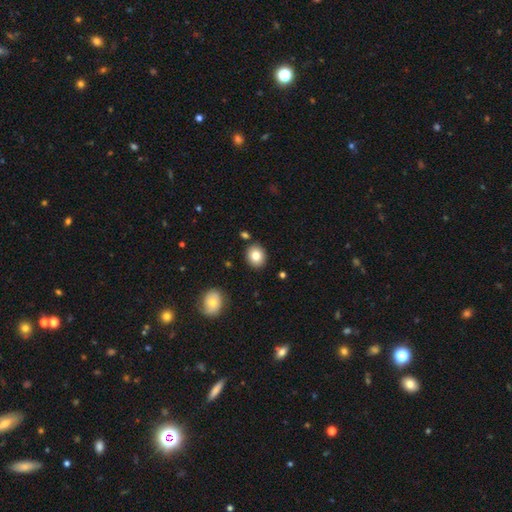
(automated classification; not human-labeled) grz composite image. It shows a smooth galaxy with no disk features (81%) that is round (67%). Merging: none (87%).